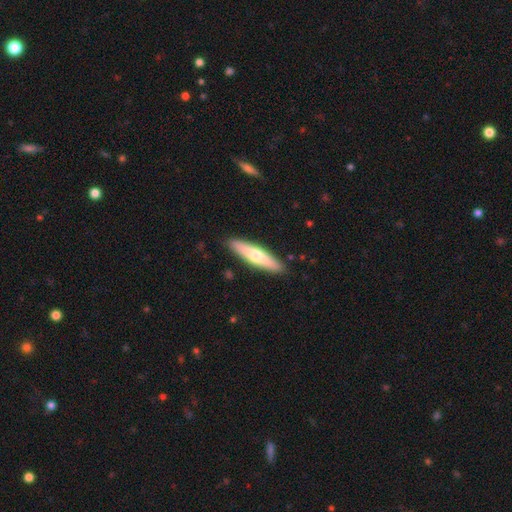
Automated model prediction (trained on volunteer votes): Smooth or featured?
  - smooth: 59% *
  - featured or disk: 36%
  - star or artifact: 5%
How rounded?
  - cigar-shaped: 80% *
  - in between: 18%
  - round: 2%
Merging?
  - none: 90% *
  - minor disturbance: 8%
  - major disturbance: 2%
  - merger: 1%